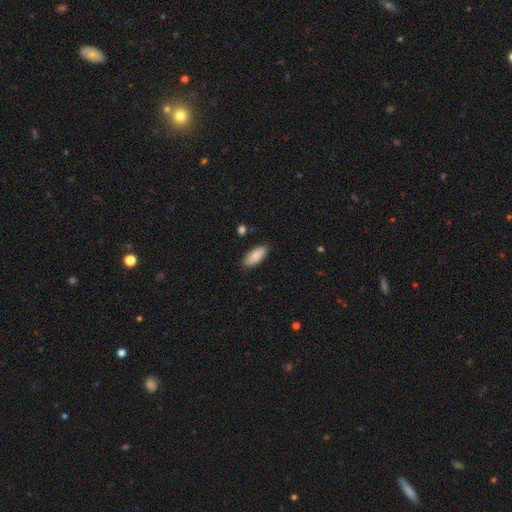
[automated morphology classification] Smooth or featured?
  - smooth: 87% *
  - featured or disk: 7%
  - star or artifact: 6%
How rounded?
  - in between: 84% *
  - cigar-shaped: 14%
  - round: 2%
Merging?
  - none: 84% *
  - minor disturbance: 12%
  - major disturbance: 2%
  - merger: 2%